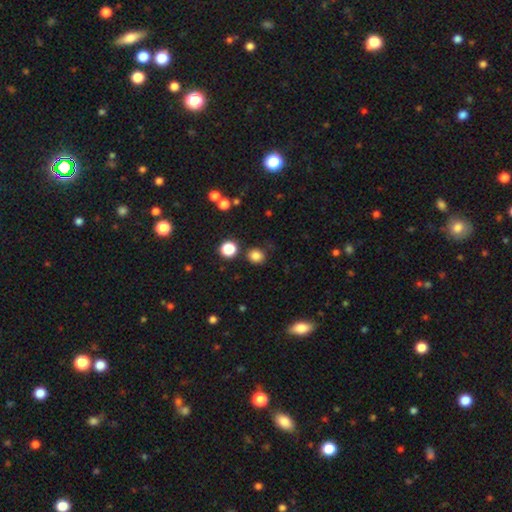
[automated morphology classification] A smooth galaxy with no disk features (83%) that is round (80%).

Vote fractions:
- Smooth or featured? smooth: 83% / star or artifact: 13% / featured or disk: 4%
- How rounded? round: 80% / in between: 19% / cigar-shaped: 1%
- Merging? none: 83% / minor disturbance: 9% / merger: 5% / major disturbance: 3%